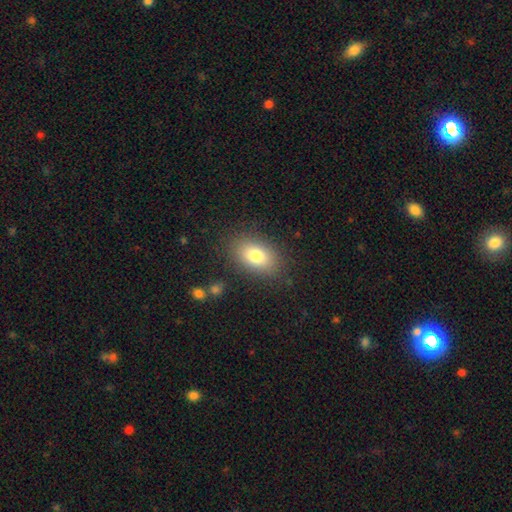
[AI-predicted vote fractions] Morphology: type=smooth (80%); roundness=in between (87%); merging=none (84%).